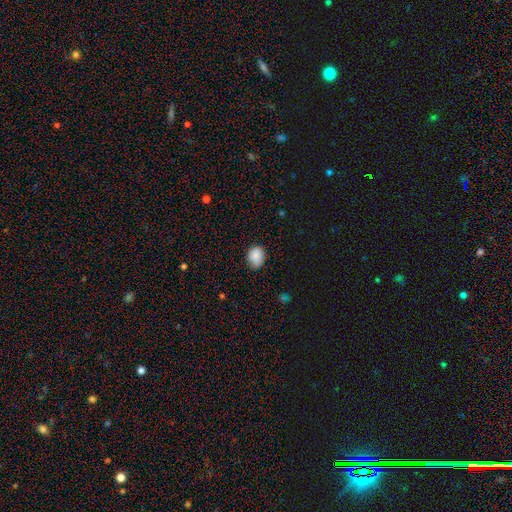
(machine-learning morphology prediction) Q: Smooth or featured?
A: smooth (87%); runner-up: star or artifact (8%)
Q: How rounded?
A: in between (55%); runner-up: round (44%)
Q: Merging?
A: none (66%); runner-up: minor disturbance (28%)